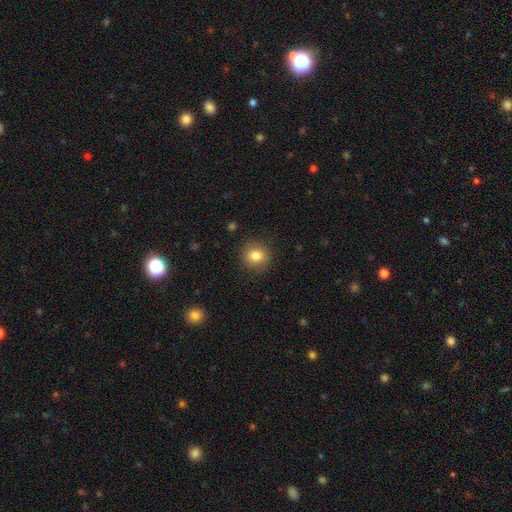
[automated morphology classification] smooth-or-featured: smooth: 82% | star or artifact: 10% | featured or disk: 8%
  how-rounded: round: 87% | in between: 12% | cigar-shaped: 1%
  merging: none: 89% | minor disturbance: 7% | major disturbance: 2% | merger: 1%